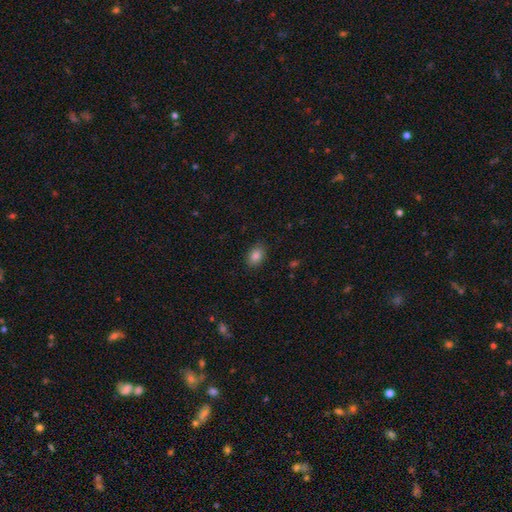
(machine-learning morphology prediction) smooth_or_featured: smooth (p=0.85) [alt: star or artifact p=0.09]
how_rounded: in between (p=0.79) [alt: round p=0.19]
merging: none (p=0.87) [alt: minor disturbance p=0.10]